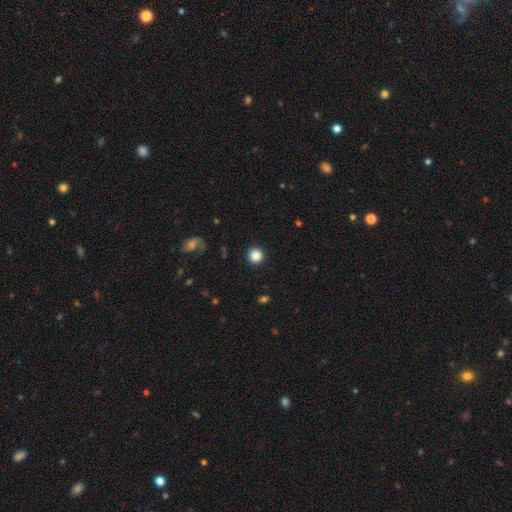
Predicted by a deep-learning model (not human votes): Smooth or featured? smooth (85%)
How rounded? round (95%)
Merging? none (92%)